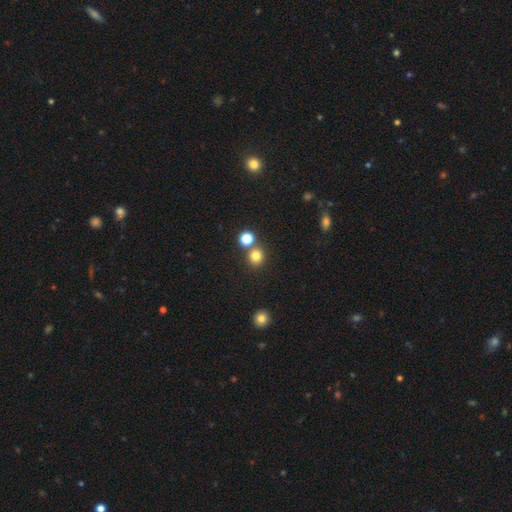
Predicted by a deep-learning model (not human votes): Smooth or featured? smooth (79%)
How rounded? round (88%)
Merging? none (73%)